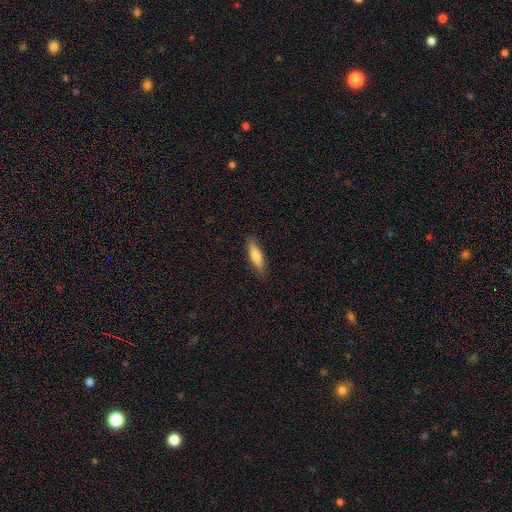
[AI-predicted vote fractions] Morphology: type=smooth (80%); roundness=in between (50%); merging=none (86%).